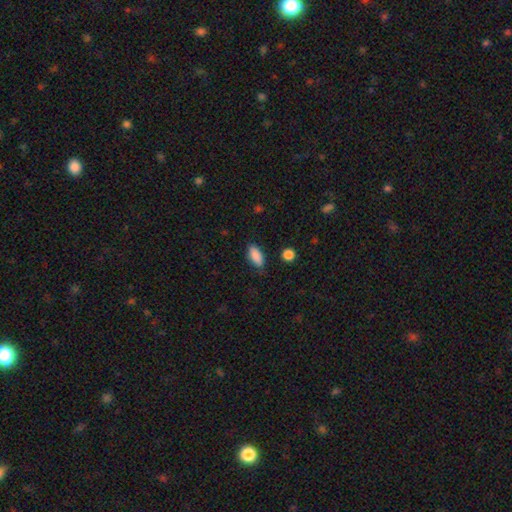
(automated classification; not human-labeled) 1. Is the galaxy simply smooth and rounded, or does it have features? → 88% smooth, 7% star or artifact, 5% featured or disk.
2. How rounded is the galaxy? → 87% in between, 10% cigar-shaped, 3% round.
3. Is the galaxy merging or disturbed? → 82% none, 13% minor disturbance, 3% major disturbance, 2% merger.